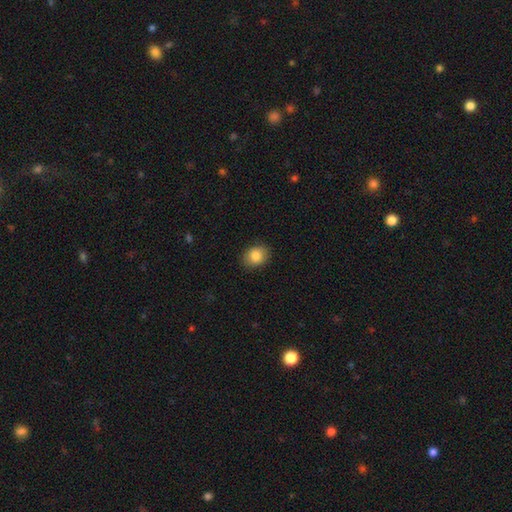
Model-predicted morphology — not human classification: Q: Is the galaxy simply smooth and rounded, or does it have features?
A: smooth — 86%.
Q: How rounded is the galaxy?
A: in between — 56%.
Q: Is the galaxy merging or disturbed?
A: none — 87%.